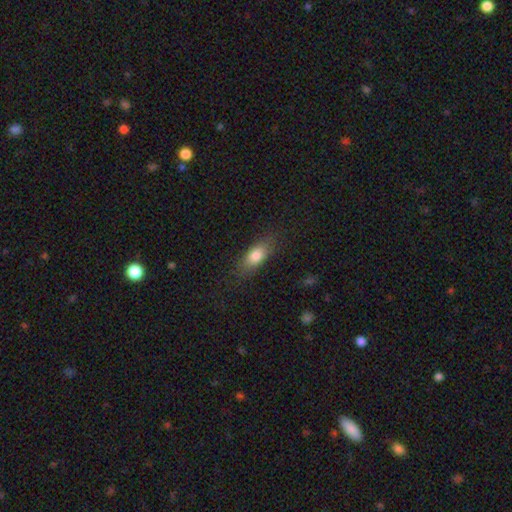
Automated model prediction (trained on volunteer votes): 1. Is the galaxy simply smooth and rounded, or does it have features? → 79% smooth, 13% featured or disk, 8% star or artifact.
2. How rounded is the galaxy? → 77% in between, 18% cigar-shaped, 5% round.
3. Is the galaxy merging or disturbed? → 79% none, 15% minor disturbance, 5% major disturbance, 1% merger.